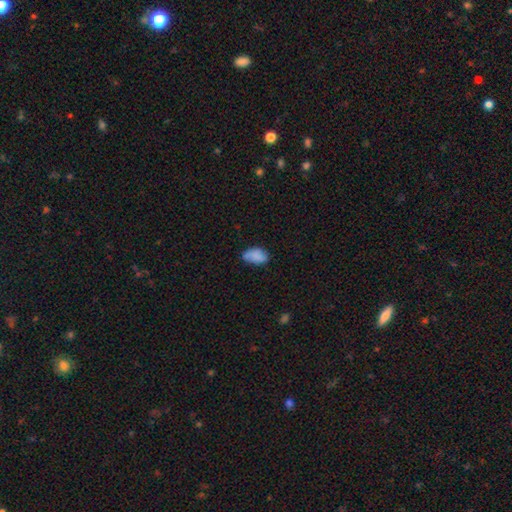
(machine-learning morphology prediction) Q: Smooth or featured?
A: smooth (80%); runner-up: featured or disk (11%)
Q: How rounded?
A: in between (90%); runner-up: round (8%)
Q: Merging?
A: none (57%); runner-up: minor disturbance (33%)